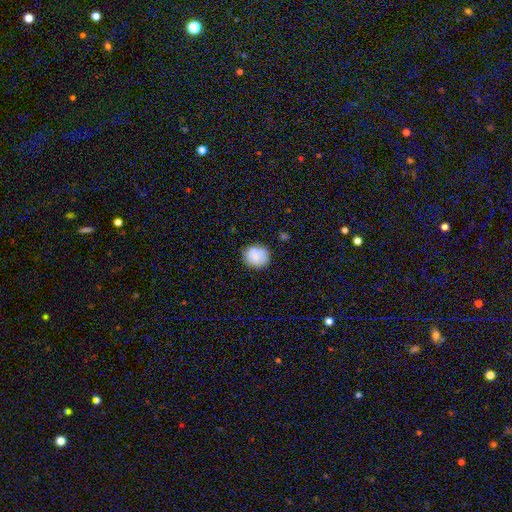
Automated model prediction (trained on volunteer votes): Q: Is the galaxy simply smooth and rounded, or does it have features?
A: smooth — 77%.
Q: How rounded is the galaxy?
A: round — 79%.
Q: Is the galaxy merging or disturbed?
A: none — 72%.